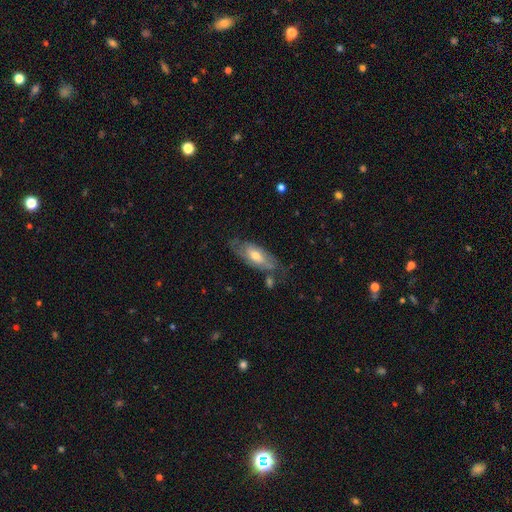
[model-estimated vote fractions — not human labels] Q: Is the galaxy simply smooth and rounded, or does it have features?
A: featured or disk — 52%.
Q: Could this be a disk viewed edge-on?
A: no — 79%.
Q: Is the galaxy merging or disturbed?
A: none — 58%.